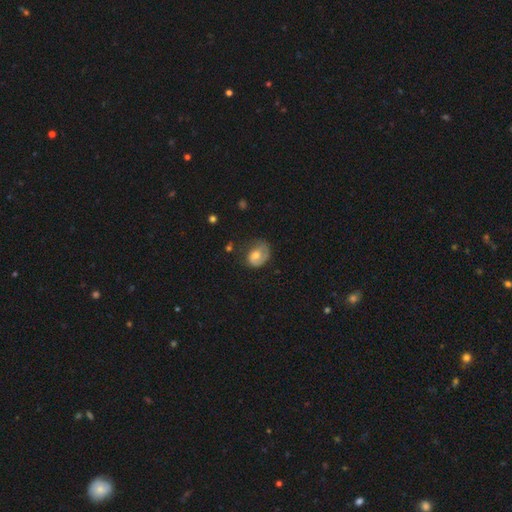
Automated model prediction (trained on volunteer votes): Morphology: type=smooth (50%); roundness=in between (56%); merging=none (46%).